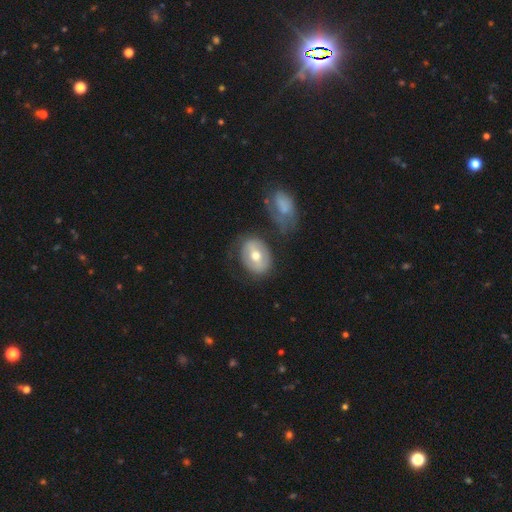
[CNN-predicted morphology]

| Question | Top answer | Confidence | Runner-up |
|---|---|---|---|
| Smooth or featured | smooth | 49% | featured or disk (45%) |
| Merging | none | 68% | minor disturbance (16%) |